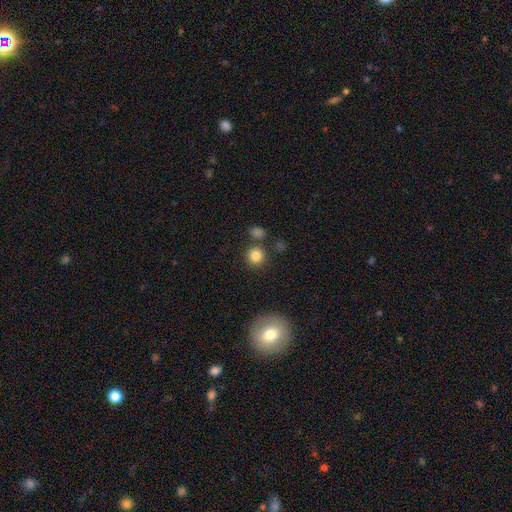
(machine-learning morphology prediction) Q: Smooth or featured?
A: smooth (83%); runner-up: star or artifact (11%)
Q: How rounded?
A: round (90%); runner-up: in between (9%)
Q: Merging?
A: none (78%); runner-up: merger (10%)